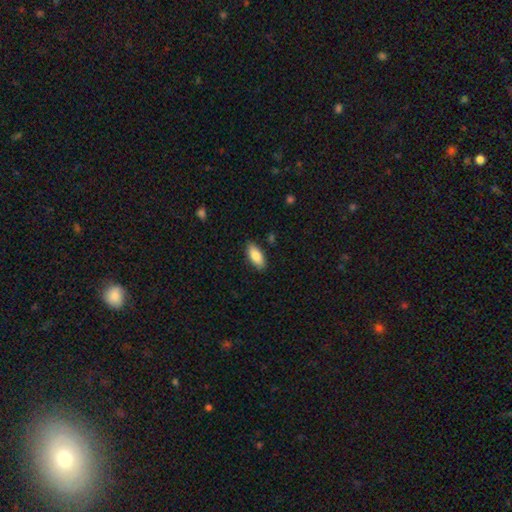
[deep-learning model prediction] Q: Smooth or featured?
A: smooth (86%); runner-up: featured or disk (8%)
Q: How rounded?
A: in between (86%); runner-up: cigar-shaped (12%)
Q: Merging?
A: none (86%); runner-up: minor disturbance (10%)